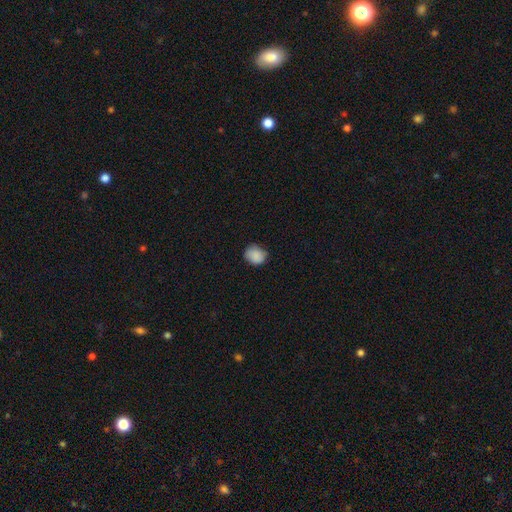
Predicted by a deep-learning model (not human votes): Q: Smooth or featured?
A: smooth (87%); runner-up: star or artifact (8%)
Q: How rounded?
A: round (63%); runner-up: in between (36%)
Q: Merging?
A: none (72%); runner-up: minor disturbance (23%)